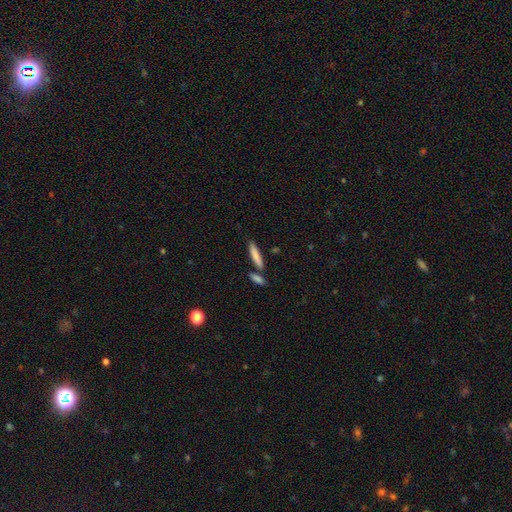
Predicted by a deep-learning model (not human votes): Smooth or featured?
  - smooth: 81% *
  - featured or disk: 13%
  - star or artifact: 7%
How rounded?
  - cigar-shaped: 82% *
  - in between: 15%
  - round: 2%
Merging?
  - none: 71% *
  - merger: 16%
  - minor disturbance: 10%
  - major disturbance: 3%